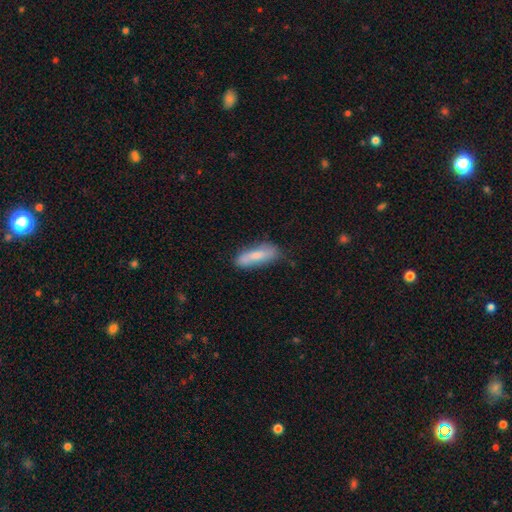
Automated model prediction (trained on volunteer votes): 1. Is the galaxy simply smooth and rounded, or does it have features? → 69% smooth, 24% featured or disk, 6% star or artifact.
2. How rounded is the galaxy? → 49% cigar-shaped (tied), 49% in between (tied), 2% round.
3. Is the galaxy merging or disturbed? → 71% none, 22% minor disturbance, 4% major disturbance, 3% merger.